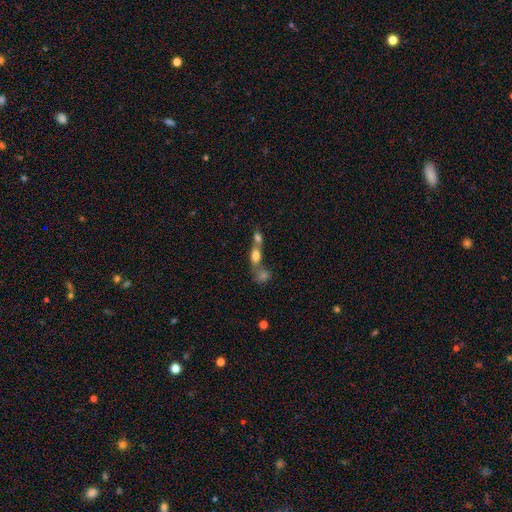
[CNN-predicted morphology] type=smooth (71%); roundness=in between (70%); merging=merger (69%).